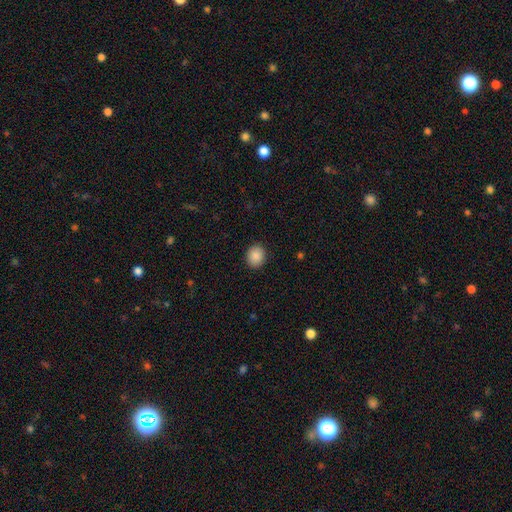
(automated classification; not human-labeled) Smooth or featured? Predicted: smooth (p=0.88). How rounded? Predicted: round (p=0.63). Merging? Predicted: none (p=0.90).